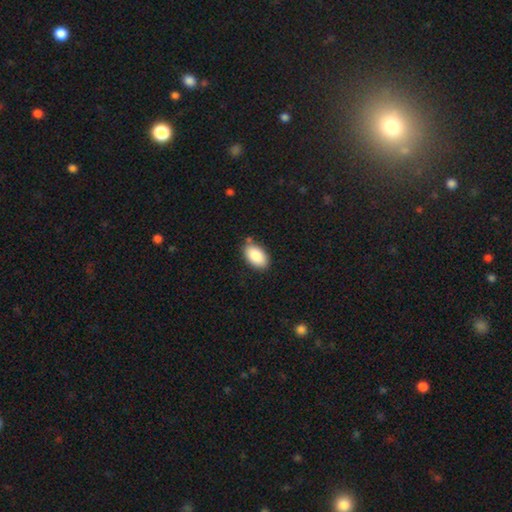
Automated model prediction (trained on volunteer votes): This is clearly a smooth galaxy (88%). How rounded: clearly in between (94%). Merging: clearly none (80%).